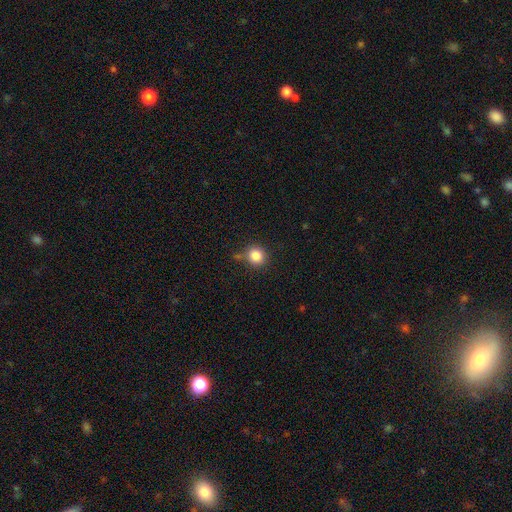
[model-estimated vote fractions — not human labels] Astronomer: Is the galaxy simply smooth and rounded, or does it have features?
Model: smooth — 84%.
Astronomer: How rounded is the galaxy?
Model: round — 88%.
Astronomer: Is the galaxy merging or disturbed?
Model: none — 74%.